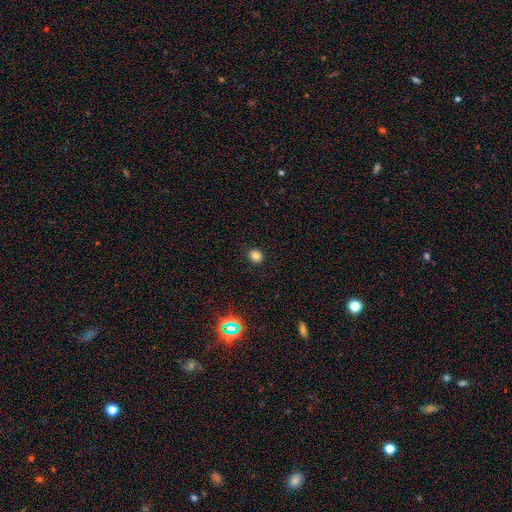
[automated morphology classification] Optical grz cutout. It shows a smooth galaxy with no disk features (81%) that is round (74%). Merging: none (90%).